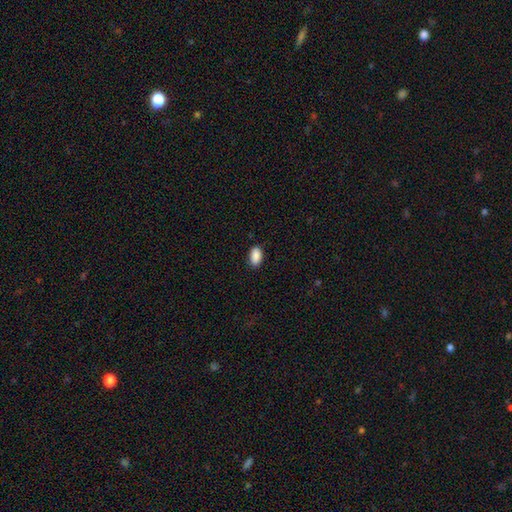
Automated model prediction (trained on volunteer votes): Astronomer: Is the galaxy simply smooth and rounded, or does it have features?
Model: smooth — 90%.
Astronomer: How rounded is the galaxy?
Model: in between — 93%.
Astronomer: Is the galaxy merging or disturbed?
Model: none — 86%.